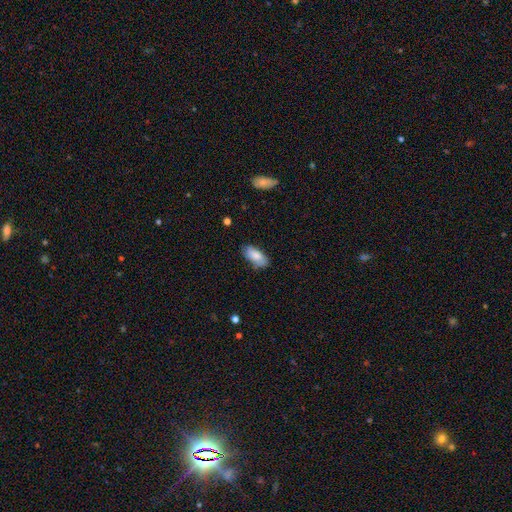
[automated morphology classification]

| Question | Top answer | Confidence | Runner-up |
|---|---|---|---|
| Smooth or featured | smooth | 81% | featured or disk (13%) |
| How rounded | in between | 89% | cigar-shaped (9%) |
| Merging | none | 77% | minor disturbance (19%) |